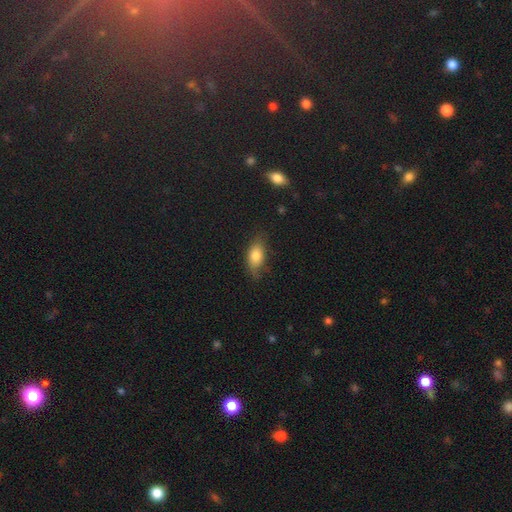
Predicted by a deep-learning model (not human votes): smooth 78%, featured or disk 14%, star or artifact 8%. Down the decision tree: how rounded — in between (86%); merging — none (68%).